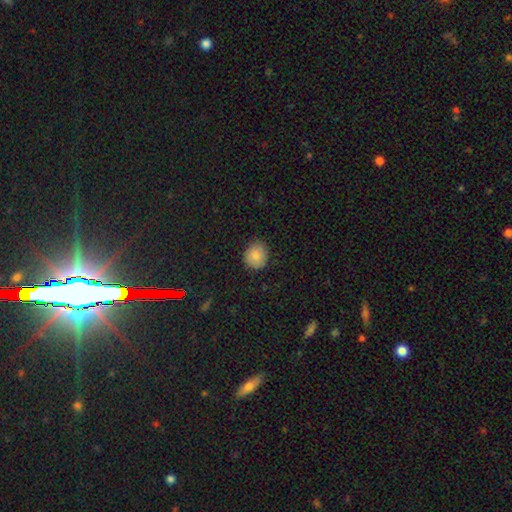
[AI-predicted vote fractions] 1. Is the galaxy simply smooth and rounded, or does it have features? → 83% smooth, 9% star or artifact, 8% featured or disk.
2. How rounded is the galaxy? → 80% round, 20% in between, 1% cigar-shaped.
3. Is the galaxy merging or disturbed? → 81% none, 15% minor disturbance, 3% major disturbance, 1% merger.